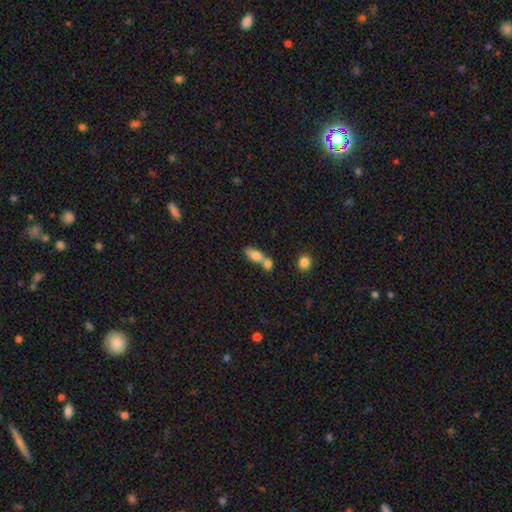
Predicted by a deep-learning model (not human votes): Morphology: type=smooth (76%); roundness=in between (79%); merging=merger (59%).